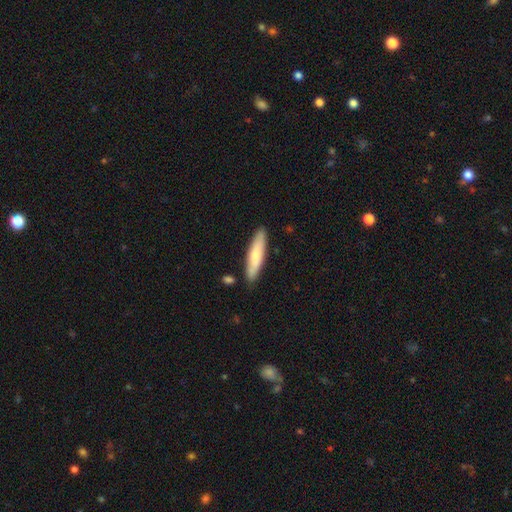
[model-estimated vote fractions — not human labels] This is likely a smooth galaxy (70%). How rounded: clearly cigar-shaped (80%). Merging: clearly none (86%).